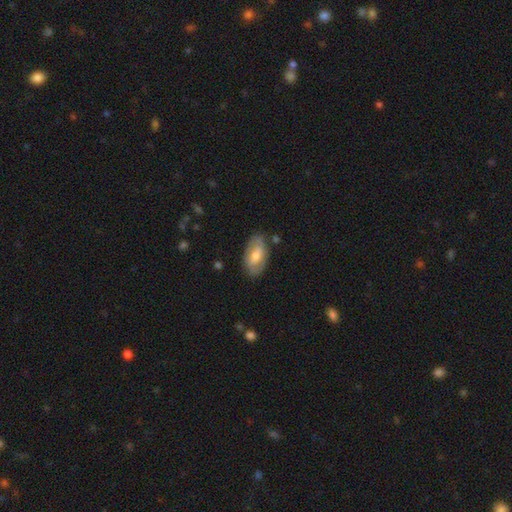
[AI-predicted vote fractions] Q: Smooth or featured?
A: smooth (50%); runner-up: featured or disk (44%)
Q: How rounded?
A: in between (93%); runner-up: round (4%)
Q: Merging?
A: none (78%); runner-up: minor disturbance (16%)